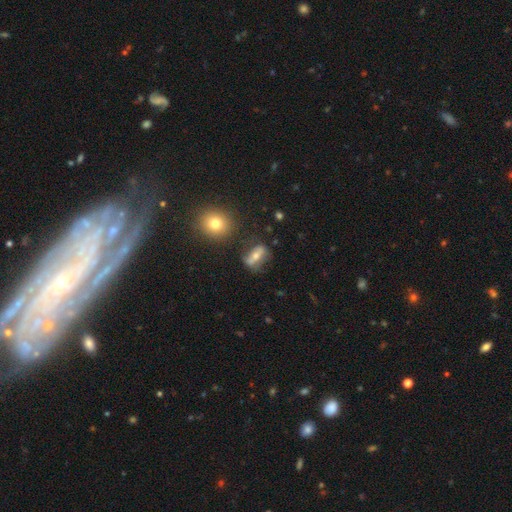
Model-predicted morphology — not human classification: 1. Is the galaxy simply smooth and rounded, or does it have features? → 48% featured or disk, 41% smooth, 10% star or artifact.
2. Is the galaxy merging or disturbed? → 65% none, 20% minor disturbance, 10% major disturbance, 5% merger.